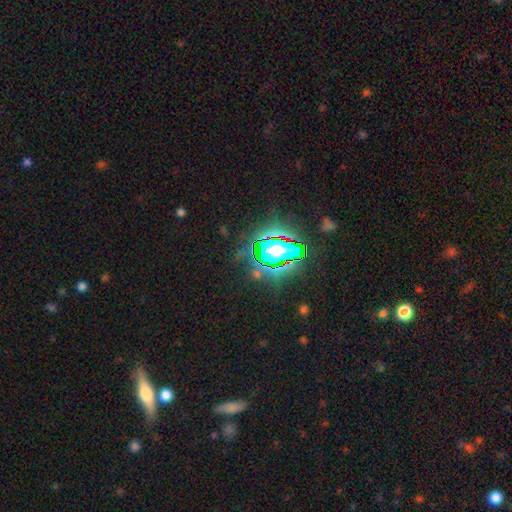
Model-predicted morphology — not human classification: smooth_or_featured: star or artifact (p=0.74) [alt: smooth p=0.14]